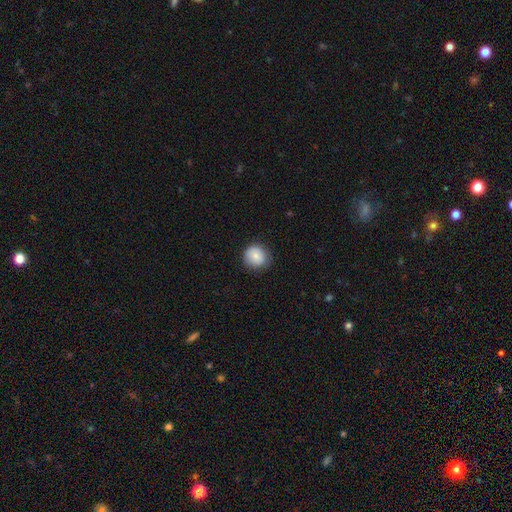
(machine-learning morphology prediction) Smooth or featured? smooth (81%)
How rounded? round (88%)
Merging? none (78%)